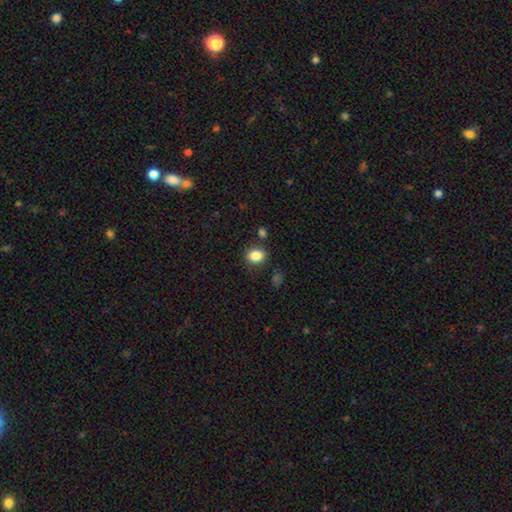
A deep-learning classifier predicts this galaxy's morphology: Smooth or featured?
  - smooth: 85% *
  - star or artifact: 10%
  - featured or disk: 5%
How rounded?
  - round: 53% *
  - in between: 46%
  - cigar-shaped: 1%
Merging?
  - none: 82% *
  - minor disturbance: 11%
  - merger: 4%
  - major disturbance: 3%